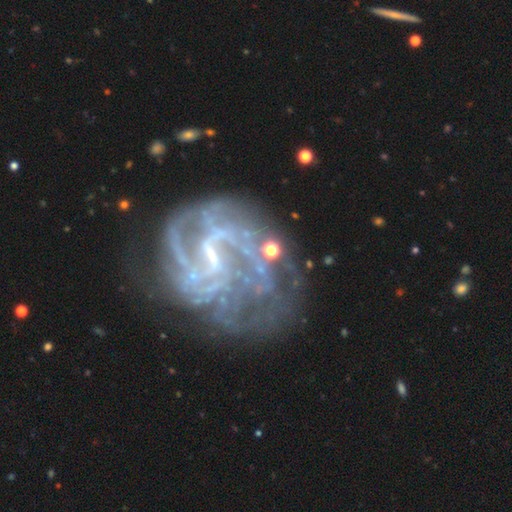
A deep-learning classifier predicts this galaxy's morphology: This is clearly a featured or disk galaxy (85%). It is clearly not viewed edge-on (98%). Bar: possibly weak (49%). Spiral arm pattern: clearly yes (84%). Spiral arm count: marginally can't tell (35%). Spiral winding: marginally medium (41%). Central bulge: marginally none (44%). Merging: marginally none (45%).